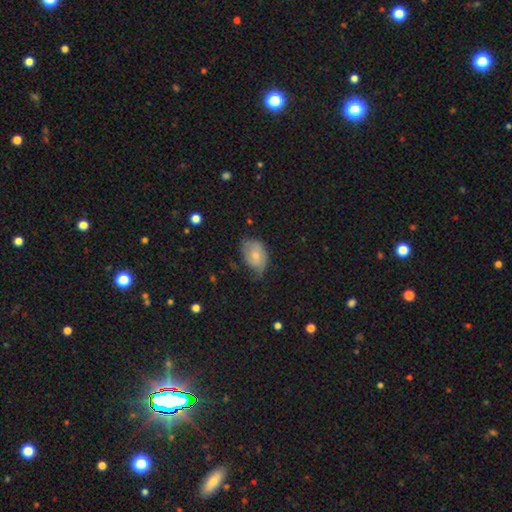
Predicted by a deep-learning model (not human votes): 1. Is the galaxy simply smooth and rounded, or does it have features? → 65% smooth, 28% featured or disk, 7% star or artifact.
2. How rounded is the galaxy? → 83% in between, 16% round, 1% cigar-shaped.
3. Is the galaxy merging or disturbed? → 44% none, 38% minor disturbance, 15% major disturbance, 2% merger.